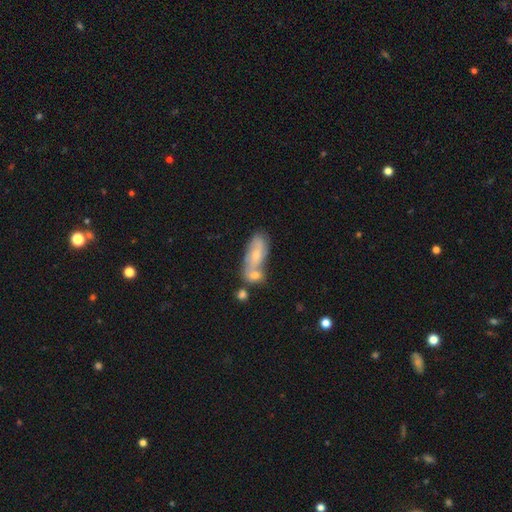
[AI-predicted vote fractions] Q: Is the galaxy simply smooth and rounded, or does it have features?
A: featured or disk — 46%, tied with smooth.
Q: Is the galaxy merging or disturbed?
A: merger — 46%.